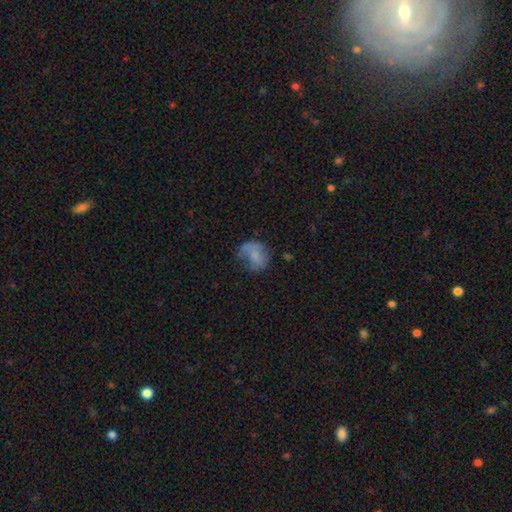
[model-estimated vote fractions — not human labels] Smooth or featured? smooth (60%)
How rounded? round (51%)
Merging? none (37%)